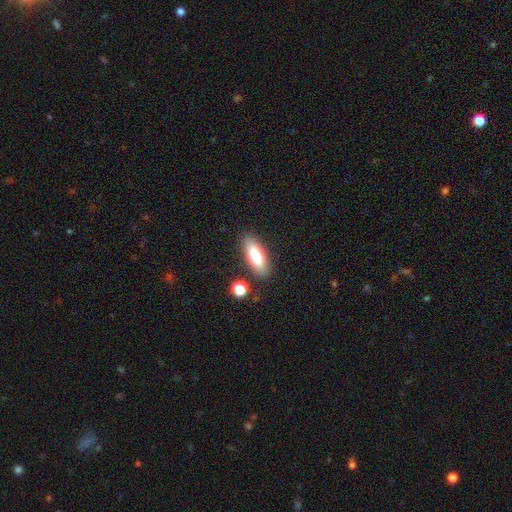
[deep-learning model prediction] A smooth galaxy with no disk features (74%) that is in between round and cigar-shaped (67%).

Vote fractions:
- Smooth or featured? smooth: 74% / featured or disk: 19% / star or artifact: 8%
- How rounded? in between: 67% / cigar-shaped: 30% / round: 3%
- Merging? none: 84% / minor disturbance: 10% / merger: 4% / major disturbance: 3%